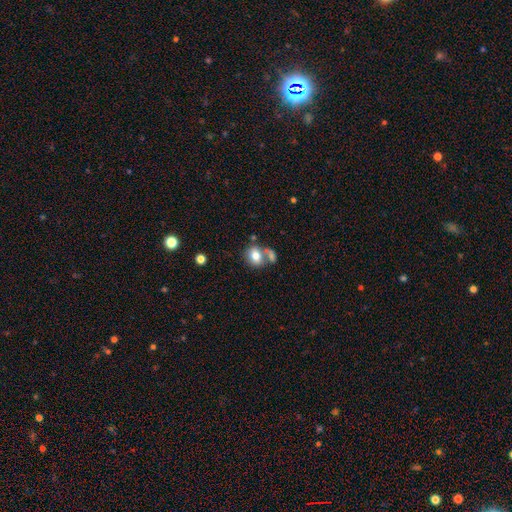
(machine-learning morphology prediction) This is likely a smooth galaxy (77%). How rounded: possibly in between (51%). Merging: marginally none (43%).